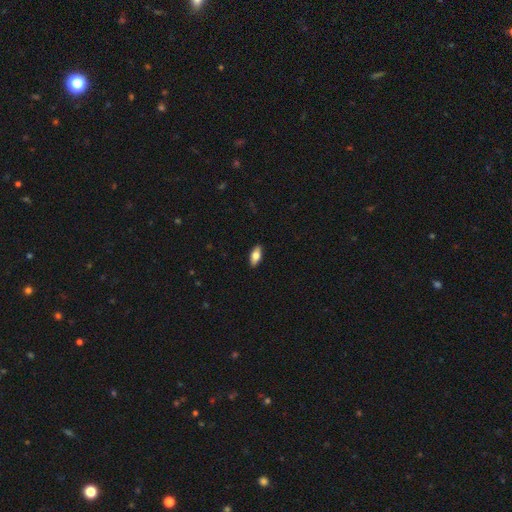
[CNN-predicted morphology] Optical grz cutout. It shows a smooth galaxy with no disk features (76%) that is in between round and cigar-shaped (87%). Merging: none (90%).